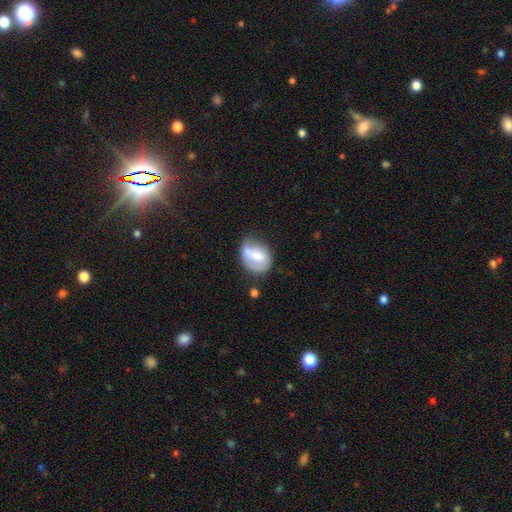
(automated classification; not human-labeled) The model was most divided on "how rounded": in between: 52%, round: 47%, cigar-shaped: 1%. Remaining: smooth or featured — smooth (58%); merging — none (35%).